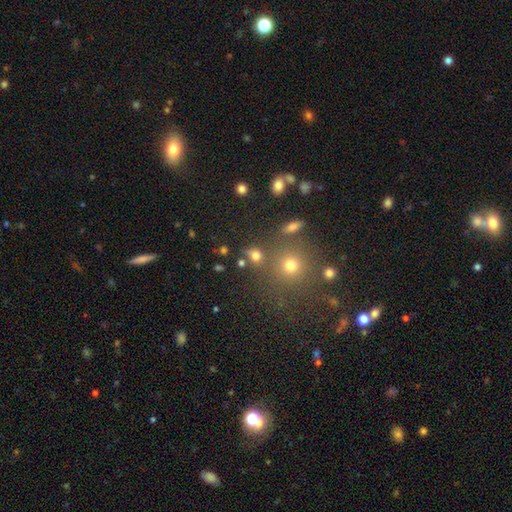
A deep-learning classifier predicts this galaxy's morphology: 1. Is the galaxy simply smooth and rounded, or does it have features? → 71% smooth, 19% star or artifact, 10% featured or disk.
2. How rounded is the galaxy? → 58% round, 39% in between, 3% cigar-shaped.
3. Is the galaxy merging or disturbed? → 68% none, 15% merger, 12% minor disturbance, 6% major disturbance.